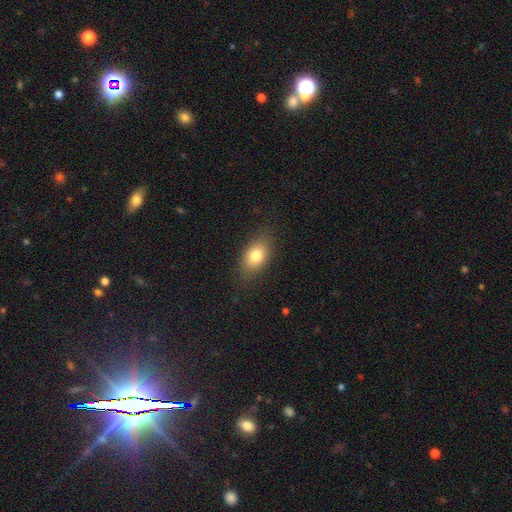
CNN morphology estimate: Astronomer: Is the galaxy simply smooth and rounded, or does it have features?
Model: smooth — 79%.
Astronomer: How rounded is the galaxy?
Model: in between — 81%.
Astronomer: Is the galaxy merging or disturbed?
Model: none — 82%.